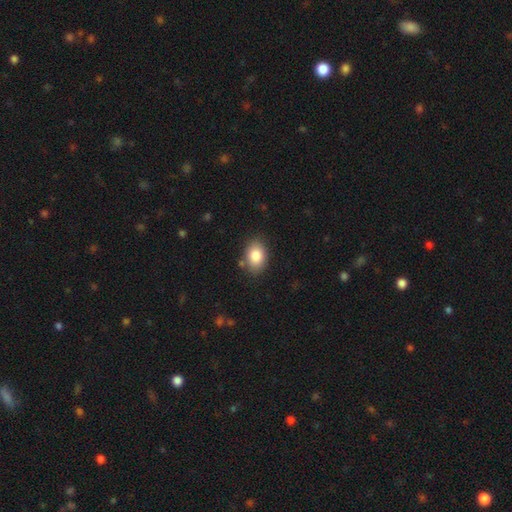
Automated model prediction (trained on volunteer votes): Overall: smooth (84%). How rounded: in between (81%). Merging: none (83%).